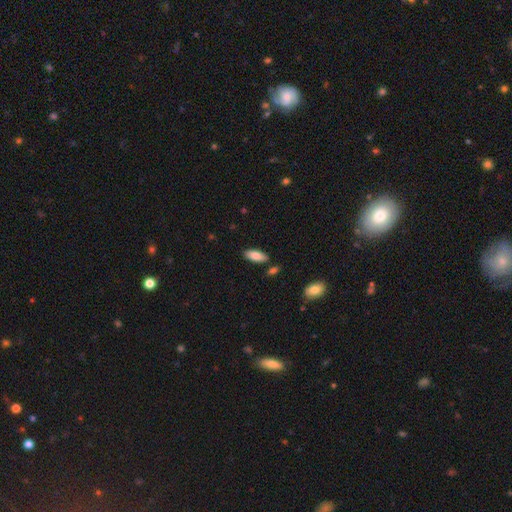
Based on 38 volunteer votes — Smooth or featured: smooth — 92% (star or artifact — 5%)
How rounded: in between — 91% (cigar-shaped — 9%)
Merging: none — 89% (minor disturbance — 11%)